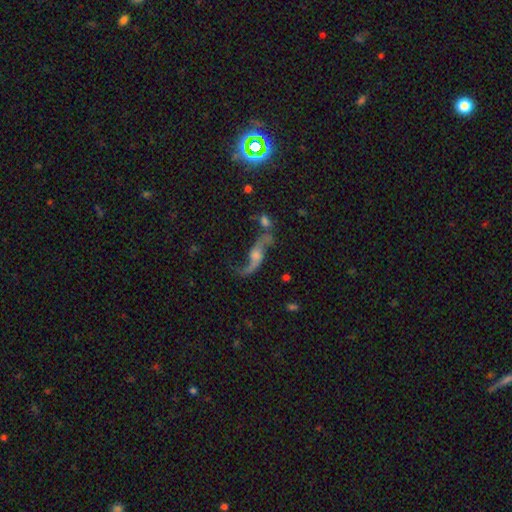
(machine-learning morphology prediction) A featured or disk galaxy (84%) with no bar (59%), 2 (91%) loose (92%) spiral arms (94%) and a moderate central bulge (39%). Merging: none (57%).